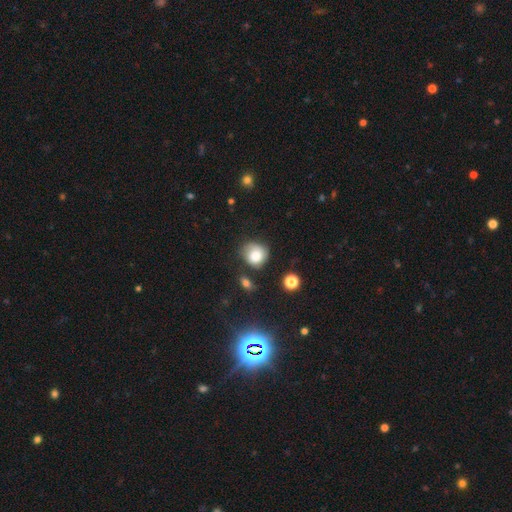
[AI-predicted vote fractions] This appears to be a smooth galaxy with no disk features (79%) that is round (77%). Merging: none (59%).